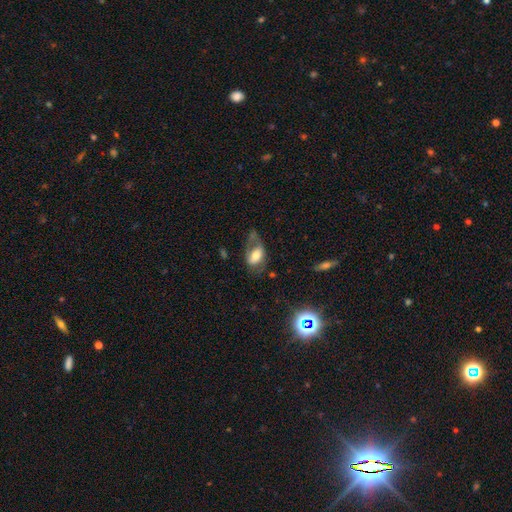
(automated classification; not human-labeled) smooth_or_featured: smooth (p=0.56) [alt: featured or disk p=0.35]
how_rounded: in between (p=0.89) [alt: round p=0.08]
merging: none (p=0.34) [alt: major disturbance p=0.33]